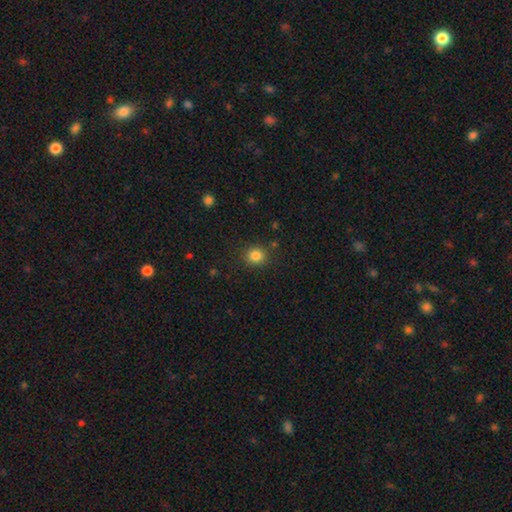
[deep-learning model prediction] This appears to be a smooth galaxy with no disk features (83%) that is round (83%). Merging: none (87%).